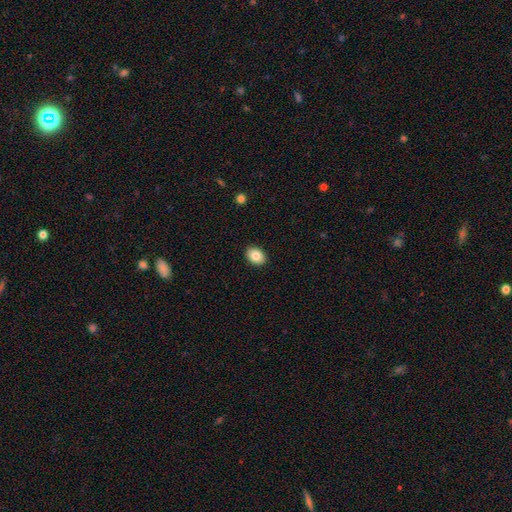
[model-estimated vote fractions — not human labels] A smooth galaxy with no disk features (85%) that is in between round and cigar-shaped (71%). Merging: none (90%).